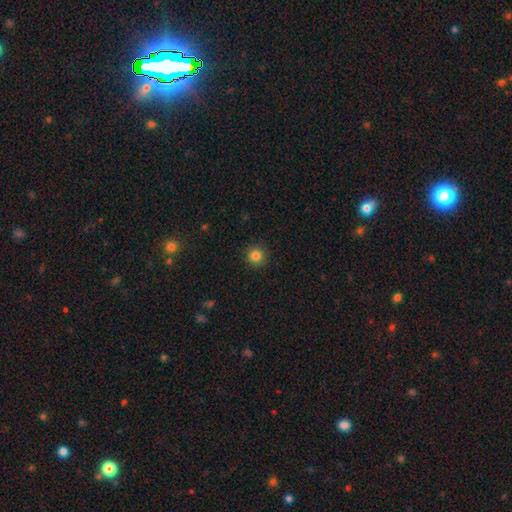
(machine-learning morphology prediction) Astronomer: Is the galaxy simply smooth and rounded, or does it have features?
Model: smooth — 83%.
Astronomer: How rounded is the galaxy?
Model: round — 95%.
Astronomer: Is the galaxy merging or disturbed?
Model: none — 91%.